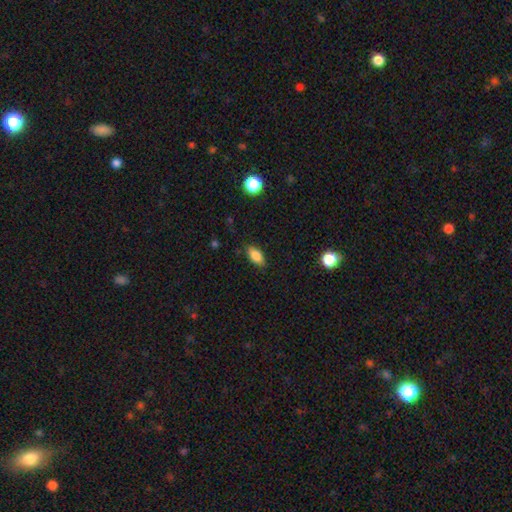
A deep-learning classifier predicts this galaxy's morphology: This is clearly a smooth galaxy (83%). How rounded: clearly in between (86%). Merging: clearly none (84%).